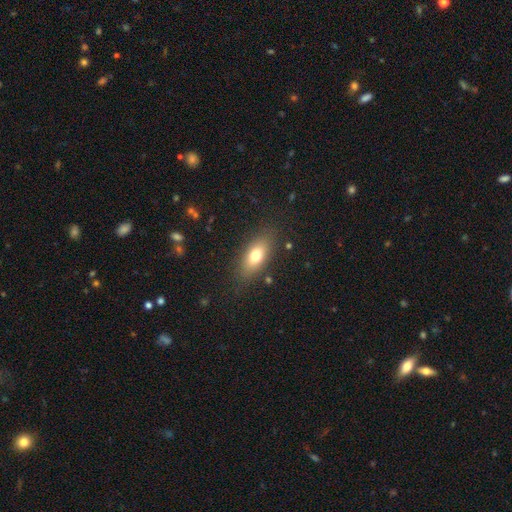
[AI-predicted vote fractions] This appears to be a smooth galaxy with no disk features (72%) that is in between round and cigar-shaped (79%). Merging: none (83%).